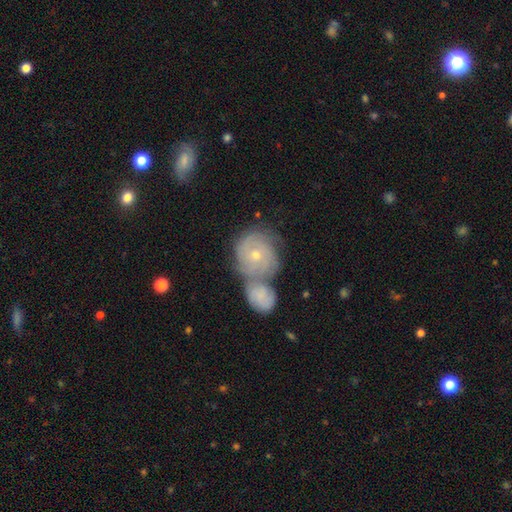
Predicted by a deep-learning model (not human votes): Morphology: type=featured or disk (70%); edge-on=no (97%); bar=no (78%); spiral arms=yes (88%); winding=tight (72%); arm count=can't tell (41%); bulge=small (55%); merging=merger (48%).